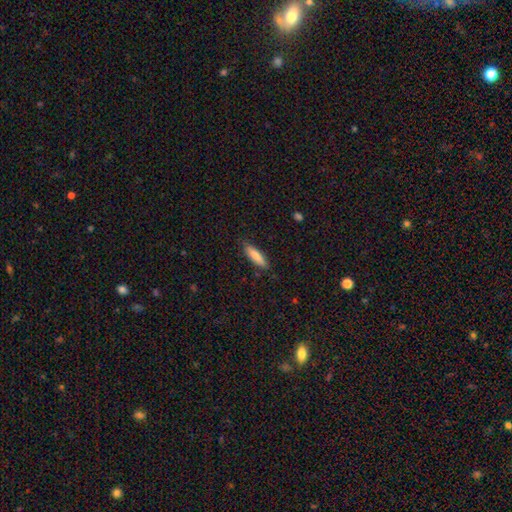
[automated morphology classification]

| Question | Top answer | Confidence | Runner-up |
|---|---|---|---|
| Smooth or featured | smooth | 82% | featured or disk (12%) |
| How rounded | cigar-shaped | 65% | in between (33%) |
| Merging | none | 84% | minor disturbance (13%) |